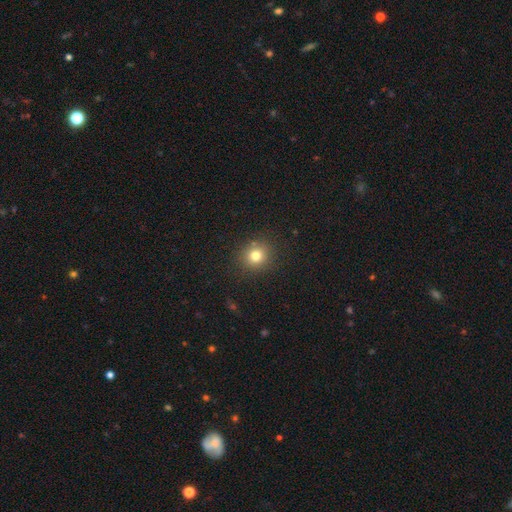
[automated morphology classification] Smooth or featured? smooth (77%)
How rounded? round (88%)
Merging? none (87%)